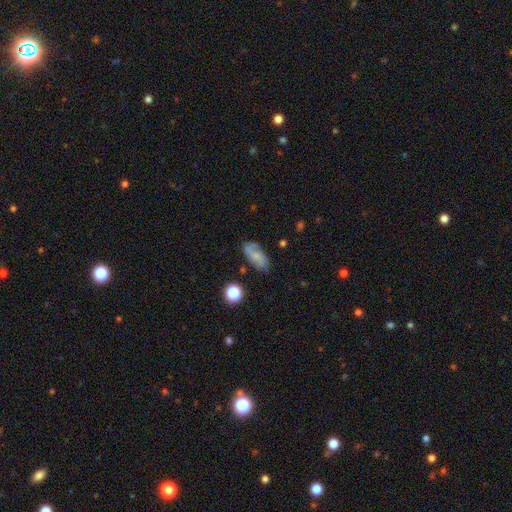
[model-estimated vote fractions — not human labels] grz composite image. It shows a featured or disk galaxy (46%). Merging: none (70%).